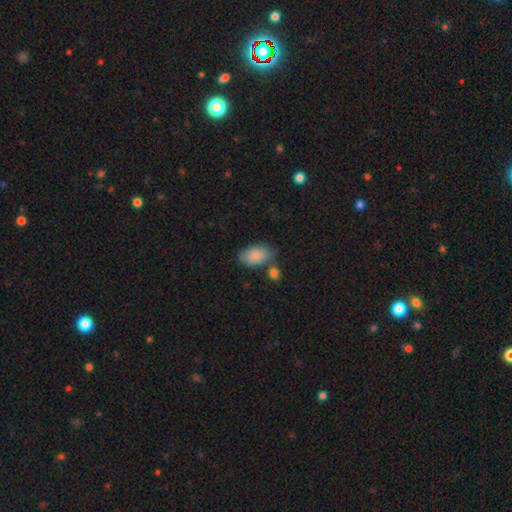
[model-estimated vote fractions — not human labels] A smooth galaxy with no disk features (86%) that is in between round and cigar-shaped (92%).

Vote fractions:
- Smooth or featured? smooth: 86% / featured or disk: 7% / star or artifact: 6%
- How rounded? in between: 92% / round: 7% / cigar-shaped: 1%
- Merging? none: 62% / minor disturbance: 18% / merger: 15% / major disturbance: 5%